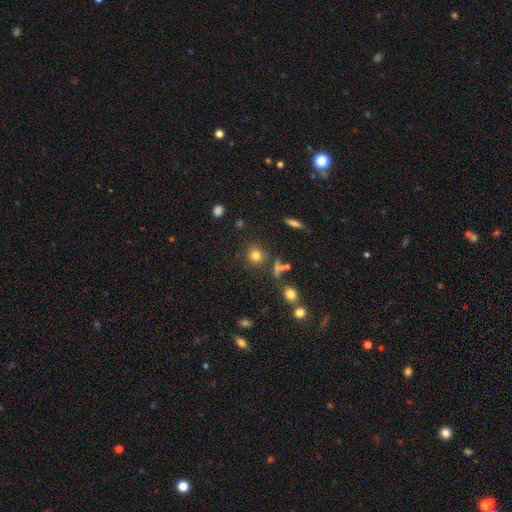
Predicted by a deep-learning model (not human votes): A smooth galaxy with no disk features (77%) that is round (88%).

Vote fractions:
- Smooth or featured? smooth: 77% / star or artifact: 15% / featured or disk: 8%
- How rounded? round: 88% / in between: 11% / cigar-shaped: 1%
- Merging? none: 80% / minor disturbance: 10% / merger: 6% / major disturbance: 4%